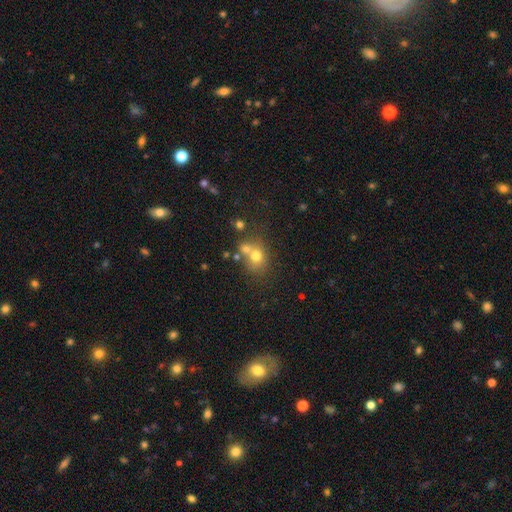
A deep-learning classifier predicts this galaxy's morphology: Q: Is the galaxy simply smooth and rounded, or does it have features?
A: smooth — 70%.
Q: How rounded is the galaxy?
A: round — 70%.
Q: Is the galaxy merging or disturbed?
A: none — 45%.